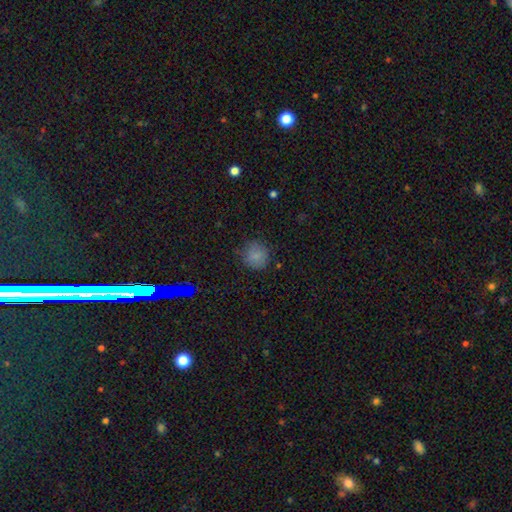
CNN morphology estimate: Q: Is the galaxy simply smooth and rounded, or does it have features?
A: smooth — 80%.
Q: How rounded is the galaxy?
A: round — 89%.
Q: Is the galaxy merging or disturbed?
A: none — 76%.